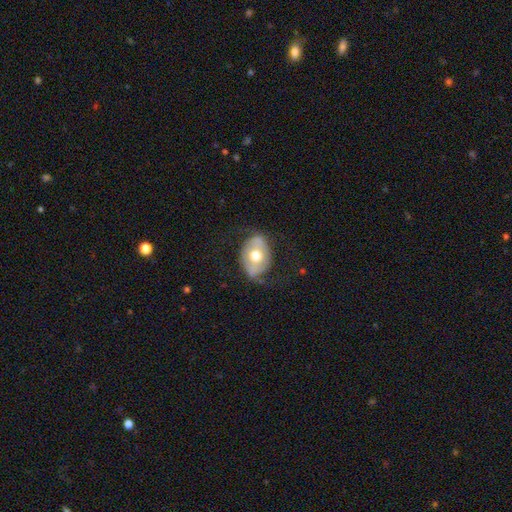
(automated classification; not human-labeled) This appears to be a smooth galaxy with no disk features (48%). Merging: none (62%).